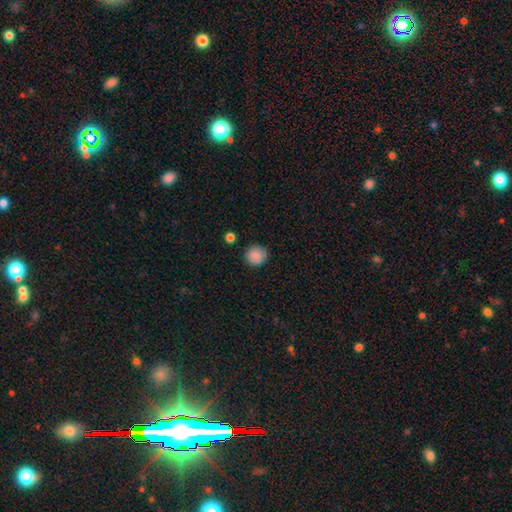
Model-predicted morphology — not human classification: The model was most divided on "merging": none: 86%, minor disturbance: 10%, major disturbance: 2%, merger: 2%. More confident: how rounded — round (91%); smooth or featured — smooth (87%).